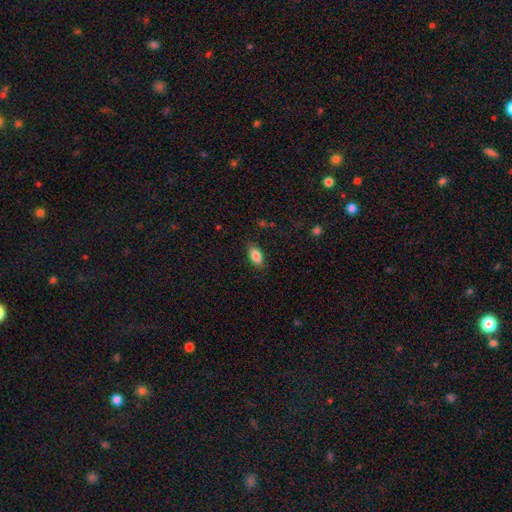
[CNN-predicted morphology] The model was most divided on "merging": none: 84%, minor disturbance: 12%, major disturbance: 3%, merger: 1%. More confident: how rounded — in between (88%); smooth or featured — smooth (85%).